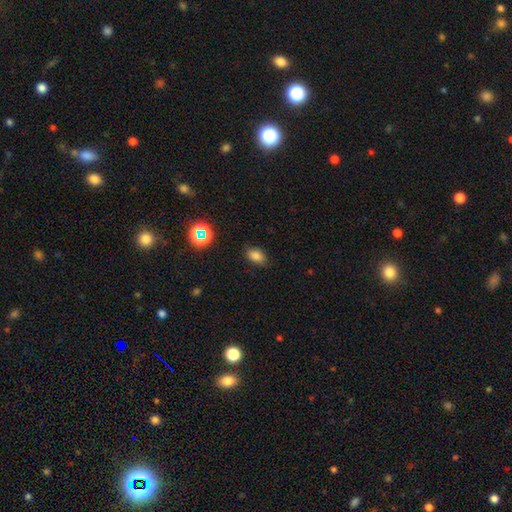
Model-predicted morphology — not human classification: Smooth or featured? Predicted: smooth (p=0.78). How rounded? Predicted: in between (p=0.84). Merging? Predicted: none (p=0.83).